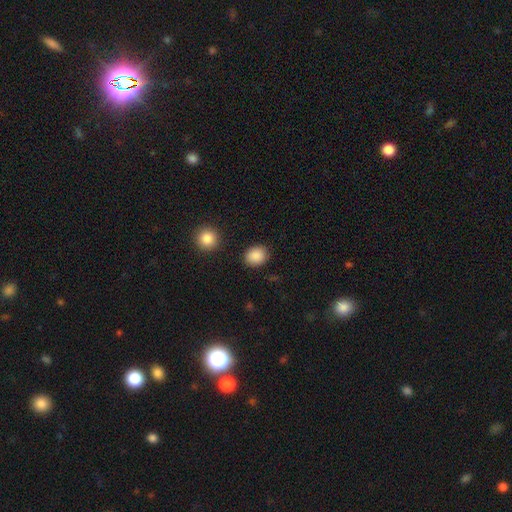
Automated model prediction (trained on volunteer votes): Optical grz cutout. It shows a smooth galaxy with no disk features (89%) that is round (53%). Merging: none (86%).